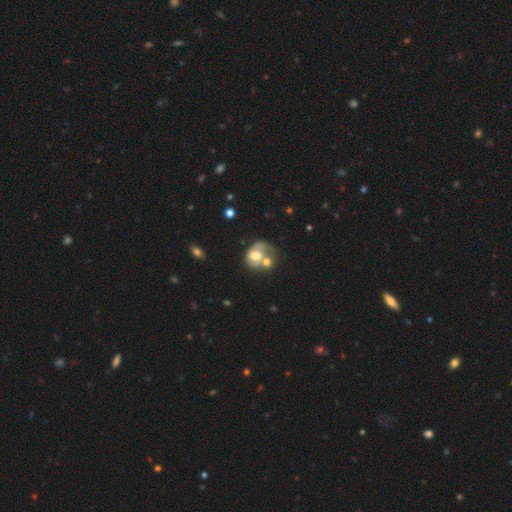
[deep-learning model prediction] The model was most divided on "smooth or featured" (2-way tie): featured or disk: 46%, smooth: 46%, star or artifact: 8%. More confident: merging — merger (53%).